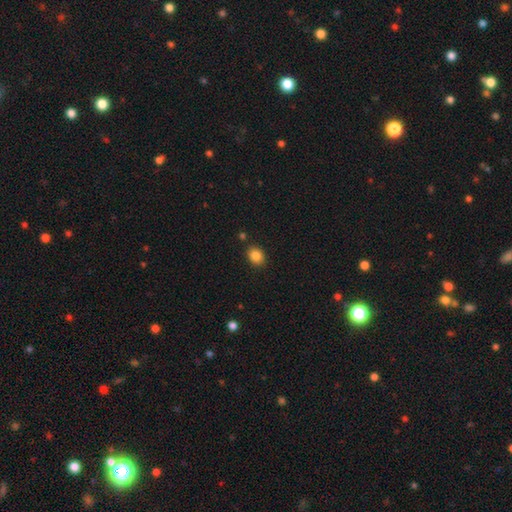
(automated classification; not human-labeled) This appears to be a smooth galaxy with no disk features (86%) that is in between round and cigar-shaped (50%). Merging: none (86%).